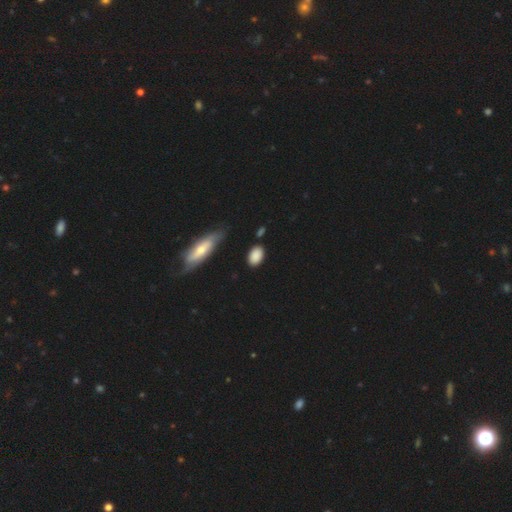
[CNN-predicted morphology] smooth 87%, star or artifact 7%, featured or disk 7%. Down the decision tree: how rounded — in between (84%); merging — none (80%).